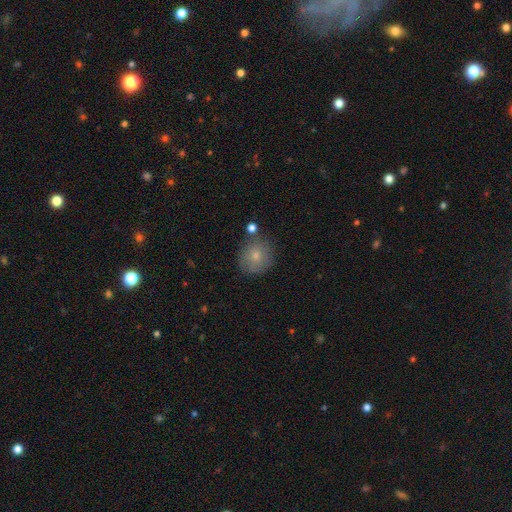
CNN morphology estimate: The model was most divided on "merging": none: 74%, minor disturbance: 15%, merger: 7%, major disturbance: 4%. More confident: how rounded — round (89%); smooth or featured — smooth (77%).